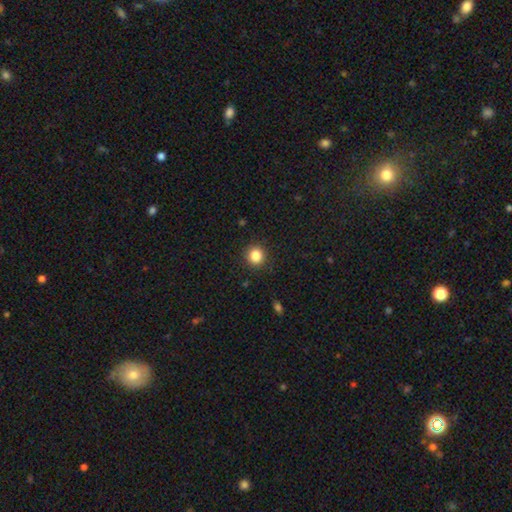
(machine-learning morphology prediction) This appears to be a smooth galaxy with no disk features (85%) that is round (92%). Merging: none (91%).